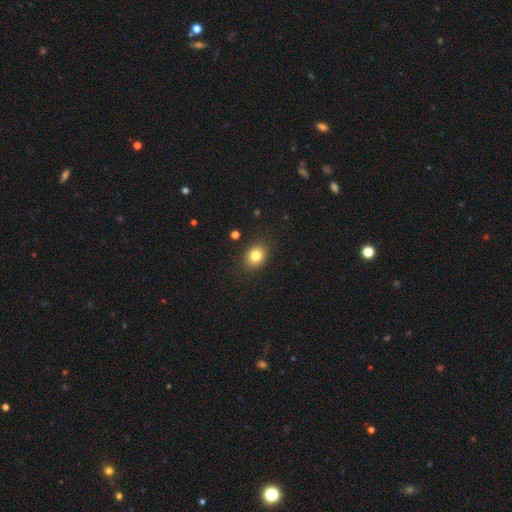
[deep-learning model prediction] Smooth or featured: smooth — 81% (star or artifact — 11%)
How rounded: in between — 51% (round — 48%)
Merging: none — 87% (minor disturbance — 9%)